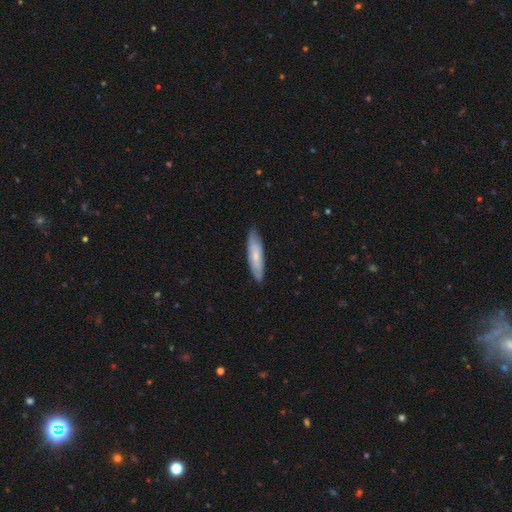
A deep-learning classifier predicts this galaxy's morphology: Smooth or featured: smooth — 60% (featured or disk — 35%)
How rounded: cigar-shaped — 70% (in between — 29%)
Merging: none — 82% (minor disturbance — 14%)